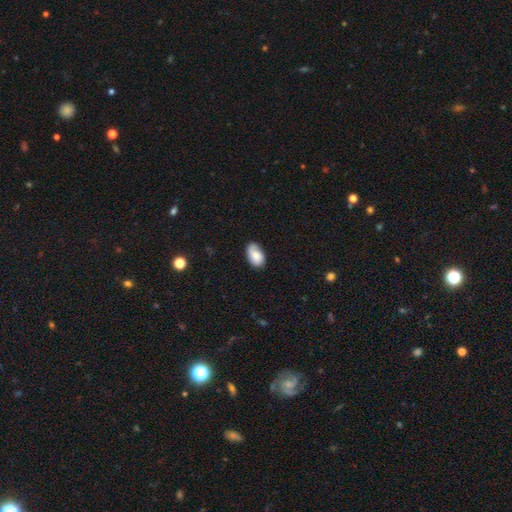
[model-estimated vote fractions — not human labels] smooth_or_featured: smooth (p=0.73) [alt: featured or disk p=0.20]
how_rounded: in between (p=0.91) [alt: round p=0.08]
merging: none (p=0.71) [alt: minor disturbance p=0.23]